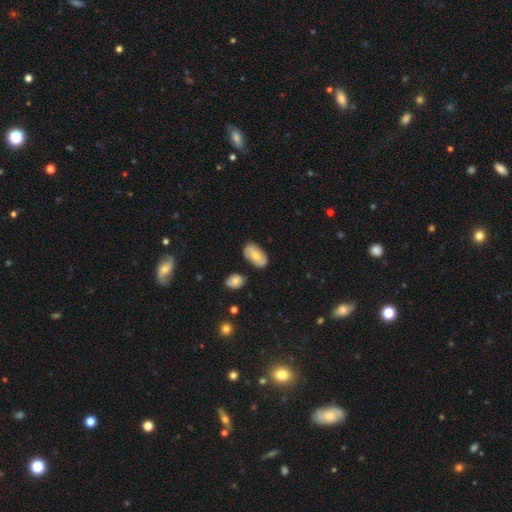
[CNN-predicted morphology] Smooth or featured: smooth — 56% (featured or disk — 37%)
How rounded: in between — 92% (round — 6%)
Merging: none — 74% (minor disturbance — 16%)